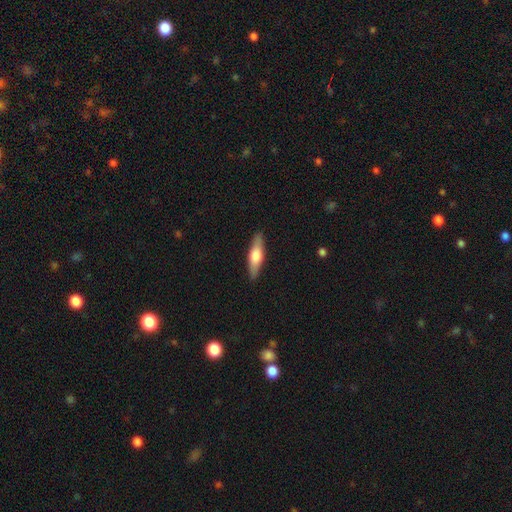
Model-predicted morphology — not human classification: smooth_or_featured: smooth (p=0.53) [alt: featured or disk p=0.42]
how_rounded: cigar-shaped (p=0.64) [alt: in between p=0.34]
merging: none (p=0.90) [alt: minor disturbance p=0.08]